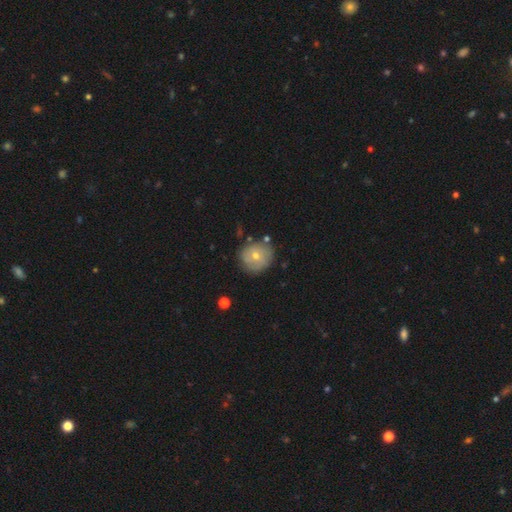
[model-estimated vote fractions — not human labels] Smooth or featured: smooth — 60% (featured or disk — 29%)
How rounded: round — 87% (in between — 12%)
Merging: none — 78% (minor disturbance — 15%)